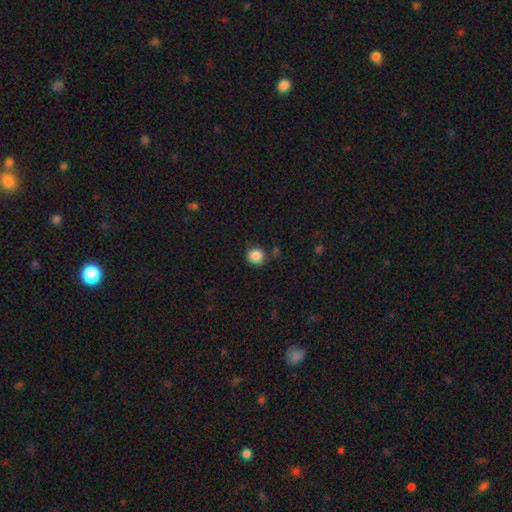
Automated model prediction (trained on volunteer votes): Q: Smooth or featured?
A: smooth (87%); runner-up: star or artifact (10%)
Q: How rounded?
A: round (91%); runner-up: in between (8%)
Q: Merging?
A: none (80%); runner-up: minor disturbance (12%)